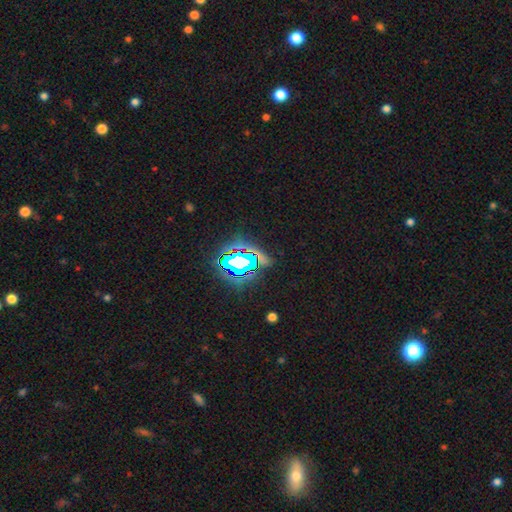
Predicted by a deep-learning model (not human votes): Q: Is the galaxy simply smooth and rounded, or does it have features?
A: star or artifact — 65%.